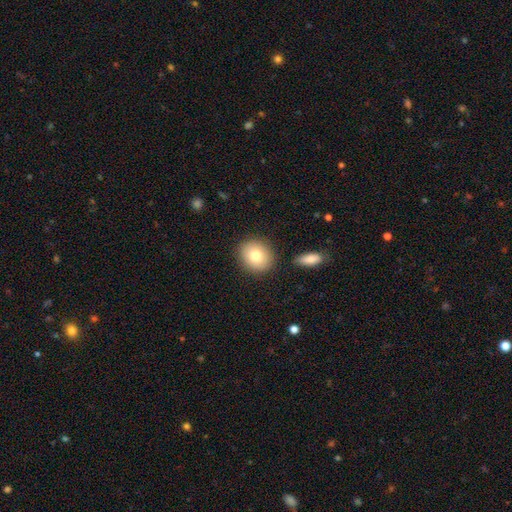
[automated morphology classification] smooth_or_featured: smooth (p=0.80) [alt: featured or disk p=0.12]
how_rounded: round (p=0.72) [alt: in between p=0.27]
merging: none (p=0.84) [alt: minor disturbance p=0.09]